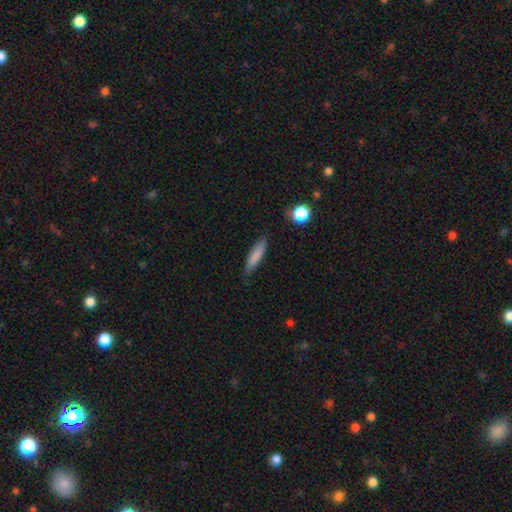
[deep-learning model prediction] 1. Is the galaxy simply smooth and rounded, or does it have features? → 82% smooth, 11% featured or disk, 7% star or artifact.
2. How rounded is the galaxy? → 75% cigar-shaped, 23% in between, 2% round.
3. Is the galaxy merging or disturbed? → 82% none, 14% minor disturbance, 3% major disturbance, 2% merger.